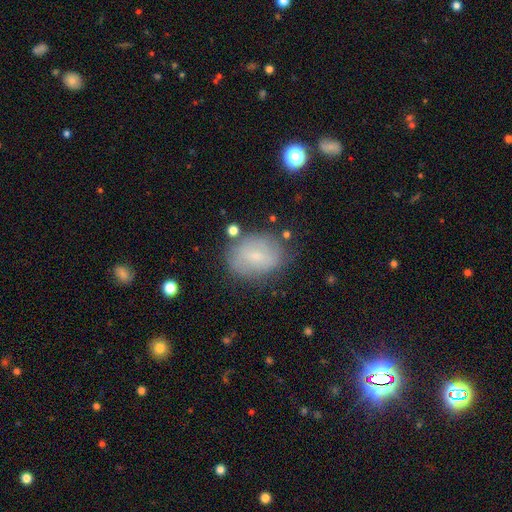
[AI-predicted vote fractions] A smooth galaxy with no disk features (63%) that is in between round and cigar-shaped (69%). Merging: none (71%).